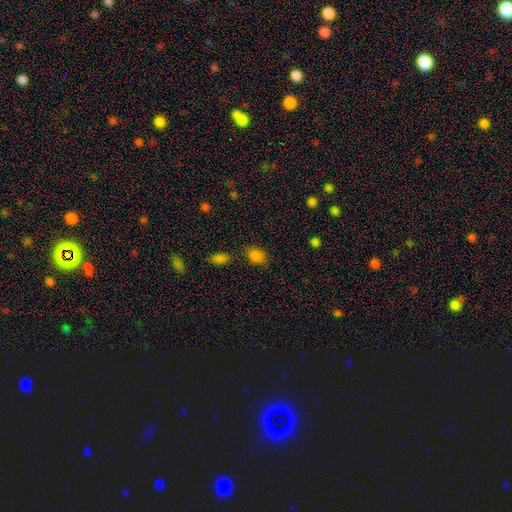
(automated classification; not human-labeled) This appears to be a smooth galaxy with no disk features (81%) that is in between round and cigar-shaped (65%). Merging: none (72%).